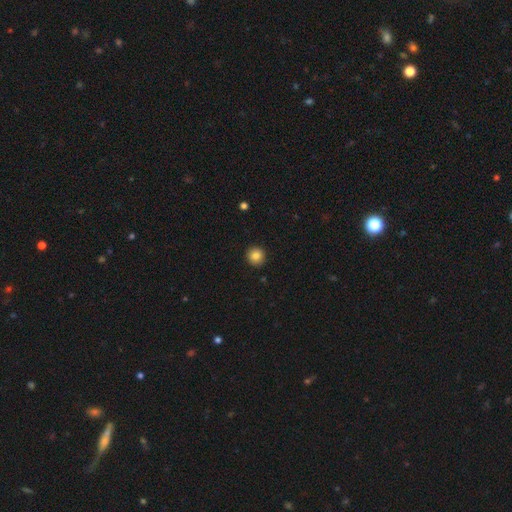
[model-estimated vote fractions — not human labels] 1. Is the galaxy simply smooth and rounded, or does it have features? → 84% smooth, 10% star or artifact, 6% featured or disk.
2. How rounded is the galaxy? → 94% round, 5% in between, 1% cigar-shaped.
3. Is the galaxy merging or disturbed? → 92% none, 5% minor disturbance, 2% major disturbance, 1% merger.